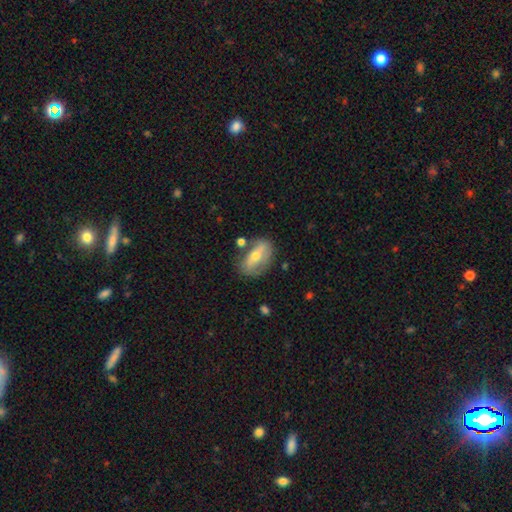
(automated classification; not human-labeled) Smooth or featured? Predicted: featured or disk (p=0.50). Edge-on disk? Predicted: no (p=0.82). Merging? Predicted: none (p=0.67).